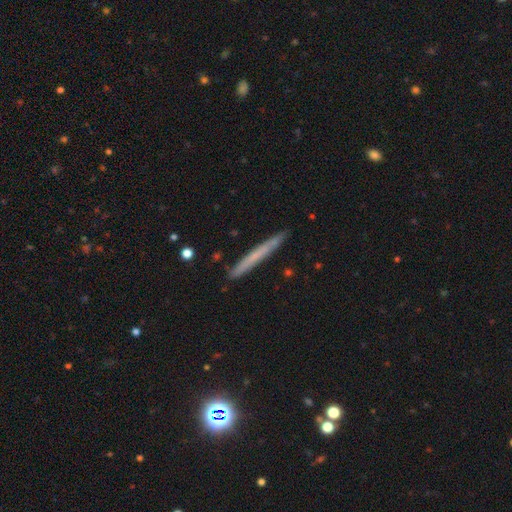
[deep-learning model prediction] A smooth galaxy with no disk features (56%) that is cigar-shaped (97%). Merging: none (90%).